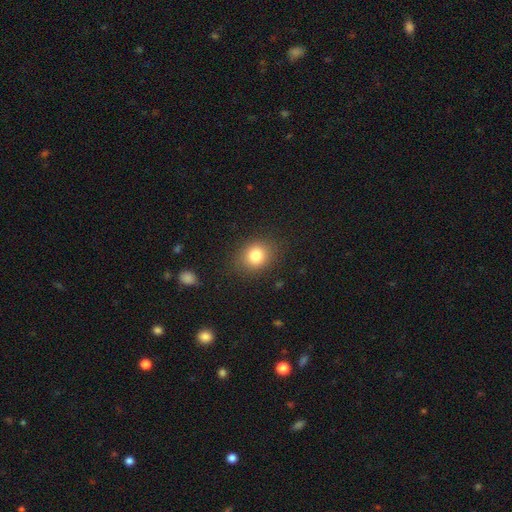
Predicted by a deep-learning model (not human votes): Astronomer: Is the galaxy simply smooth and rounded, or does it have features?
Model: smooth — 81%.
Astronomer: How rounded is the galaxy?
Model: round — 64%.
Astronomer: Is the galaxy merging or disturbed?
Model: none — 86%.